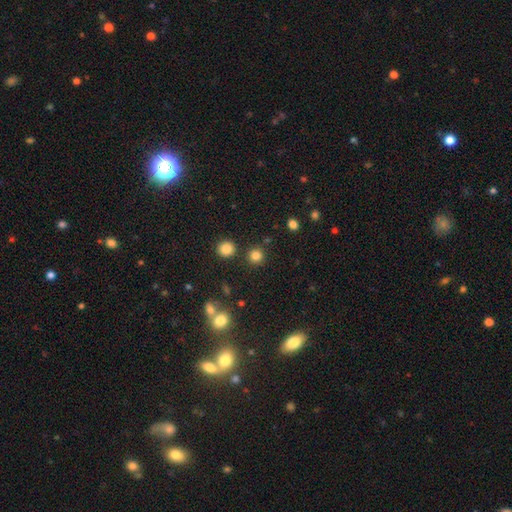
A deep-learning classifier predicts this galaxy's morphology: Smooth or featured? Predicted: smooth (p=0.81). How rounded? Predicted: round (p=0.92). Merging? Predicted: none (p=0.85).